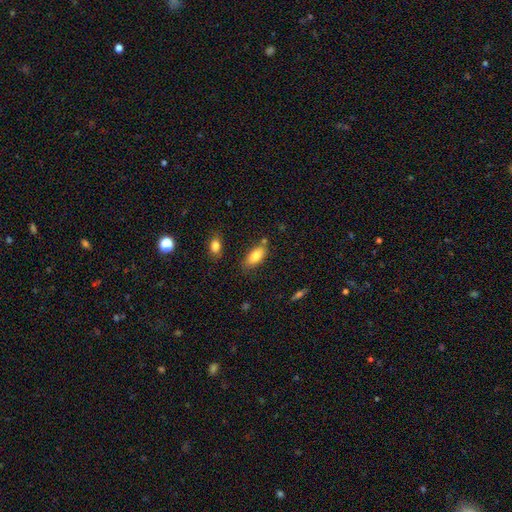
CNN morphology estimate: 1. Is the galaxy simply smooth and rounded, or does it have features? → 82% smooth, 11% featured or disk, 7% star or artifact.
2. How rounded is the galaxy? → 87% in between, 10% cigar-shaped, 3% round.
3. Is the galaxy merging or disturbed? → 74% none, 16% minor disturbance, 6% merger, 4% major disturbance.